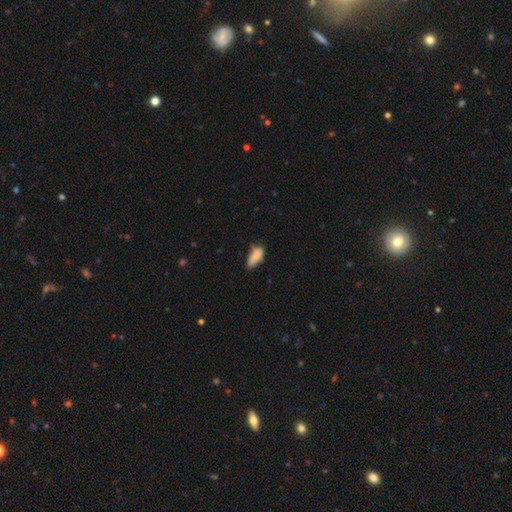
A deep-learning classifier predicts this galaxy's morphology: Smooth or featured: smooth — 83% (featured or disk — 9%)
How rounded: in between — 83% (cigar-shaped — 15%)
Merging: none — 52% (minor disturbance — 35%)